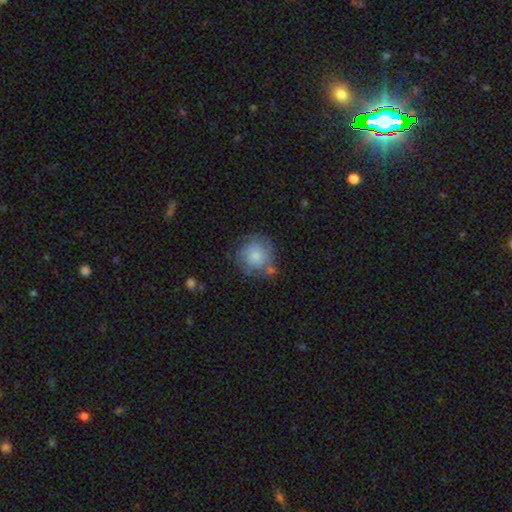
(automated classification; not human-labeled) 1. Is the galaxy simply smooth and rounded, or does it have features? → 63% smooth, 28% featured or disk, 8% star or artifact.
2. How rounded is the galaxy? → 86% round, 13% in between, 1% cigar-shaped.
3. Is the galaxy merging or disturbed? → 56% none, 25% minor disturbance, 13% major disturbance, 7% merger.